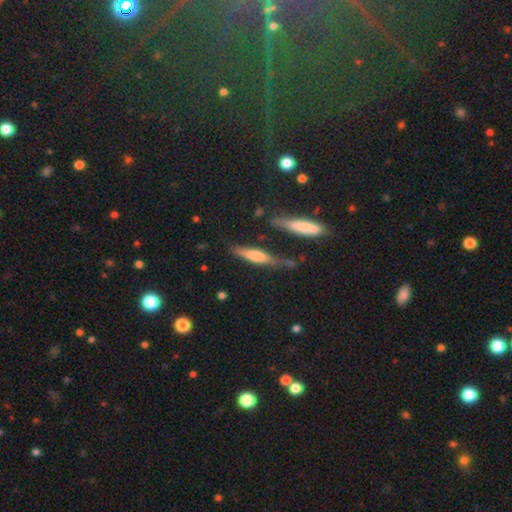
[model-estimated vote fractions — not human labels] The model was most divided on "smooth or featured": smooth: 53%, featured or disk: 39%, star or artifact: 8%. More confident: how rounded — cigar-shaped (76%); merging — none (62%).